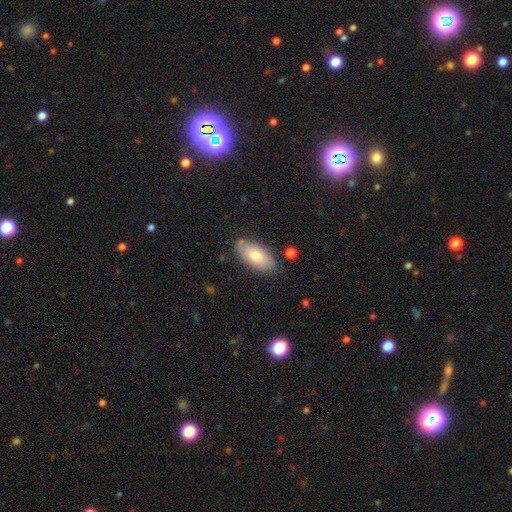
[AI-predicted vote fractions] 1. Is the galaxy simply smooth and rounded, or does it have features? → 78% smooth, 16% featured or disk, 6% star or artifact.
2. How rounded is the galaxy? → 91% in between, 7% cigar-shaped, 2% round.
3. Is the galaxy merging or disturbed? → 78% none, 16% minor disturbance, 3% major disturbance, 3% merger.